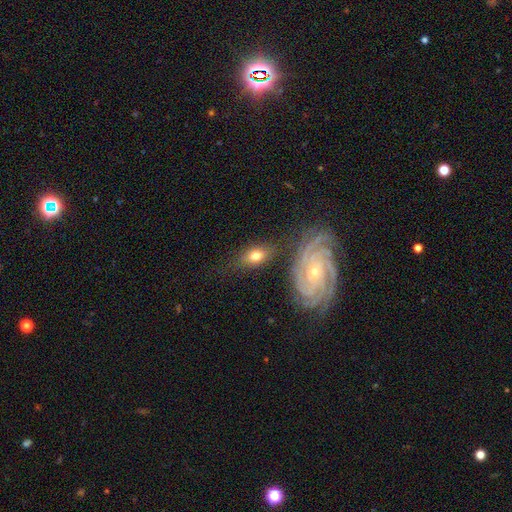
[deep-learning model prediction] Smooth or featured: smooth — 51% (featured or disk — 39%)
How rounded: in between — 83% (round — 13%)
Merging: none — 73% (minor disturbance — 17%)